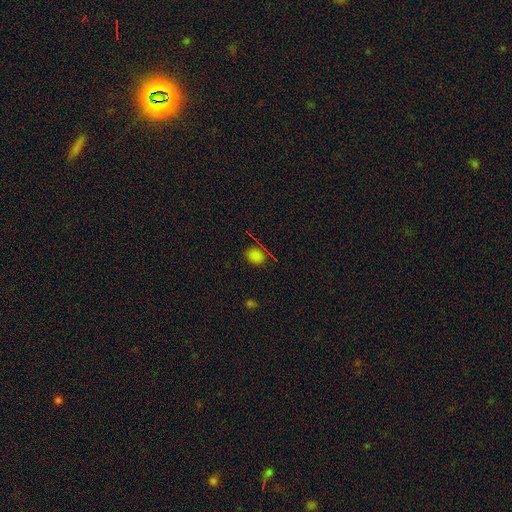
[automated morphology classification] Smooth or featured? smooth (70%)
How rounded? round (62%)
Merging? none (81%)